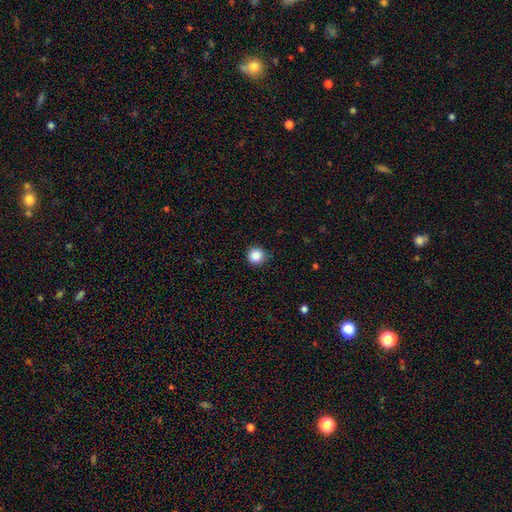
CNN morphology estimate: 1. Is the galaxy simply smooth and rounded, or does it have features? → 87% smooth, 10% star or artifact, 3% featured or disk.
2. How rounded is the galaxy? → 94% round, 5% in between, 1% cigar-shaped.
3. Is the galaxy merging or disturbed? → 89% none, 8% minor disturbance, 2% major disturbance, 1% merger.